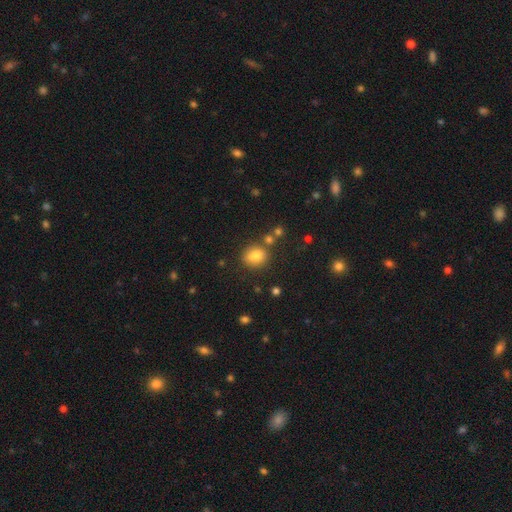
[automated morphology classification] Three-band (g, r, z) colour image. It shows a smooth galaxy with no disk features (81%) that is round (59%). Merging: none (74%).